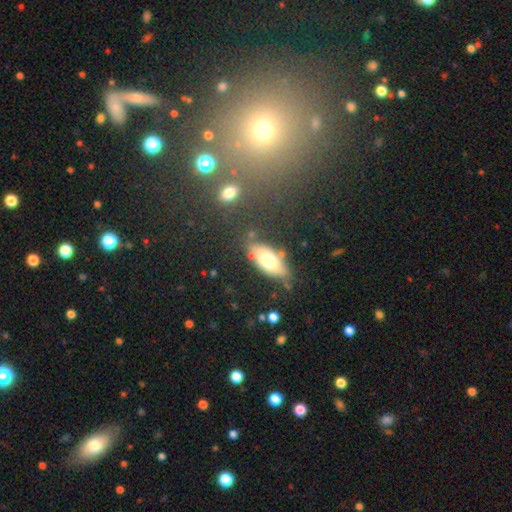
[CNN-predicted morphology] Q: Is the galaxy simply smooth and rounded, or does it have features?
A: smooth — 60%.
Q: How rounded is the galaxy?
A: in between — 79%.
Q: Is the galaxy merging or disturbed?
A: none — 77%.